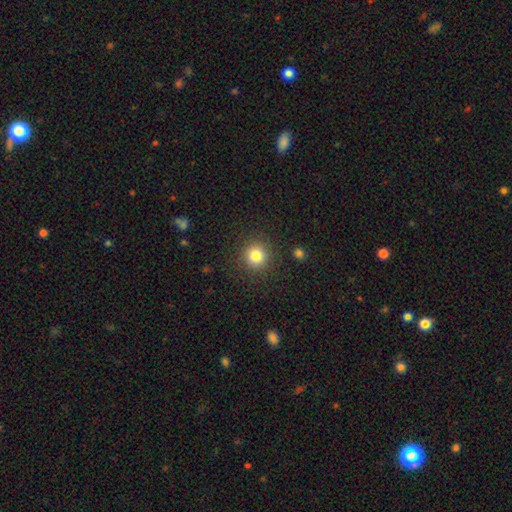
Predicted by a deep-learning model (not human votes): This is clearly a smooth galaxy (82%). How rounded: clearly round (93%). Merging: clearly none (89%).